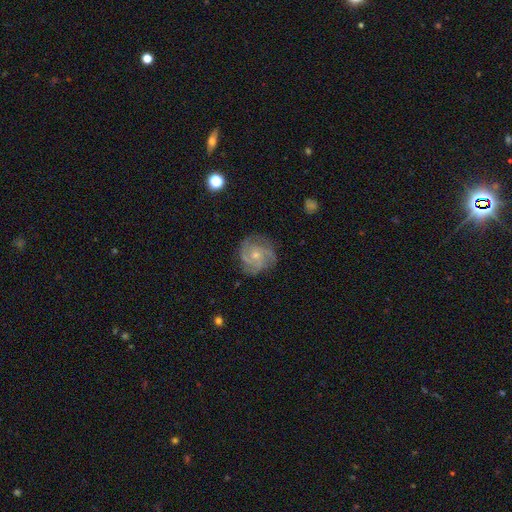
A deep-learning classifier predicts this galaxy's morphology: A featured or disk galaxy (80%) with no bar (77%), 3 (44%) tight (49%) spiral arms (95%) and a small central bulge (63%). Merging: none (76%).